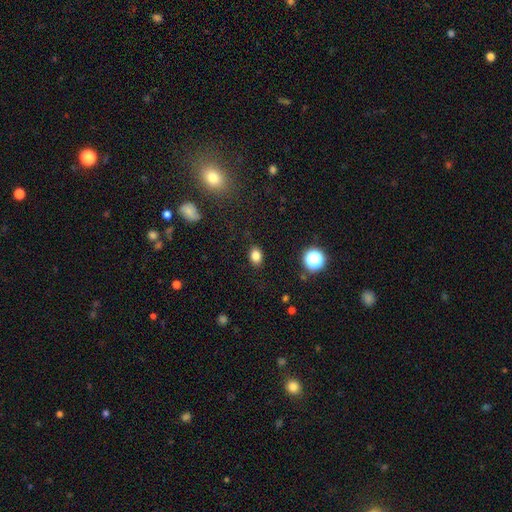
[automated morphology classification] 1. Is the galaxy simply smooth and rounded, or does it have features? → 82% smooth, 12% star or artifact, 5% featured or disk.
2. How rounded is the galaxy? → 71% in between, 28% round, 1% cigar-shaped.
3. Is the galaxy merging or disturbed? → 87% none, 9% minor disturbance, 3% major disturbance, 1% merger.